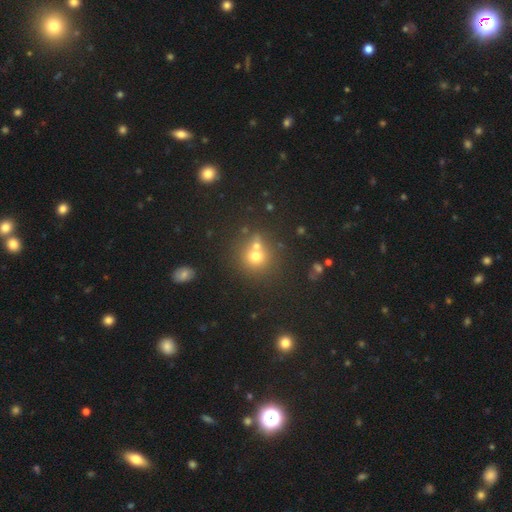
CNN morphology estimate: type=smooth (66%); roundness=round (86%); merging=none (53%).